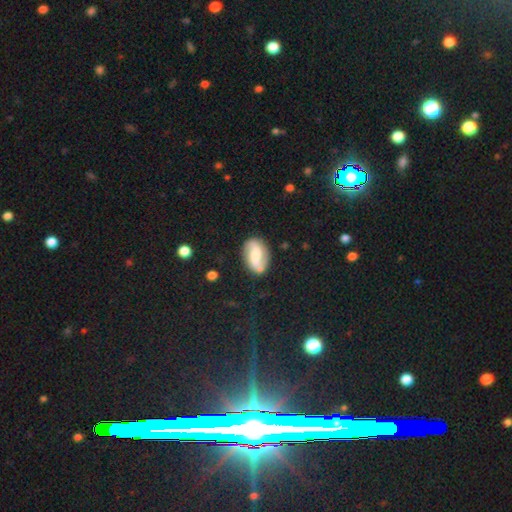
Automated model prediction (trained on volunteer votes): Smooth or featured? Predicted: featured or disk (p=0.64). Edge-on disk? Predicted: no (p=0.97). Bar? Predicted: weak (p=0.41). Spiral arms? Predicted: yes (p=0.90). Spiral winding? Predicted: loose (p=0.53). Spiral arm count? Predicted: 2 (p=0.90). Bulge size? Predicted: moderate (p=0.32). Merging? Predicted: none (p=0.76).